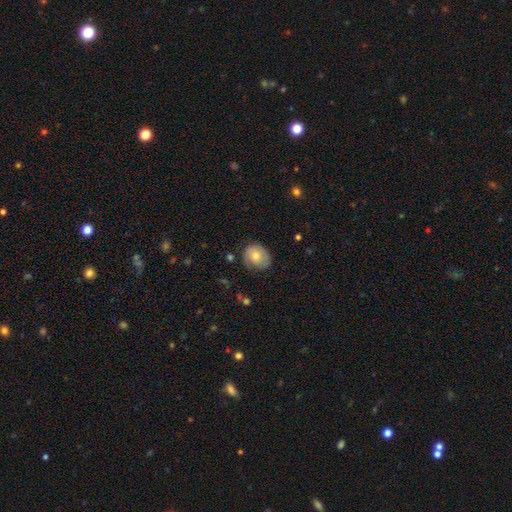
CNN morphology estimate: A smooth galaxy with no disk features (64%) that is round (60%). Merging: none (67%).